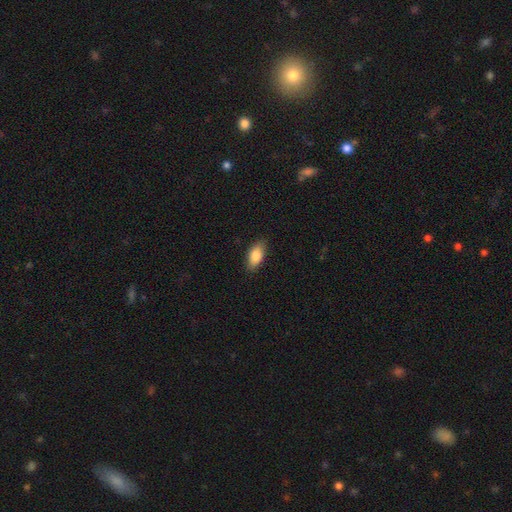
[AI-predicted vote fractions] This is clearly a smooth galaxy (84%). How rounded: clearly in between (89%). Merging: clearly none (86%).